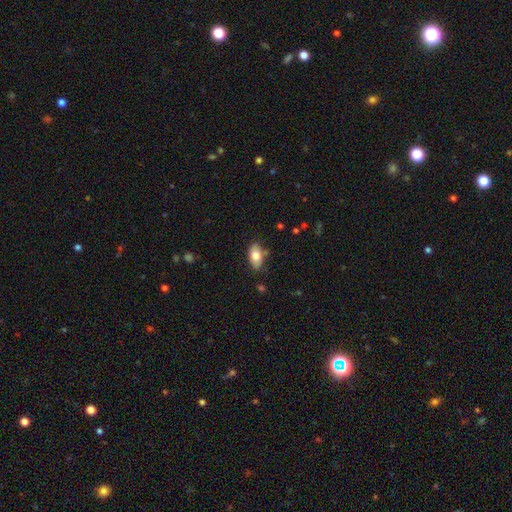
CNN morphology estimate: Smooth or featured: smooth — 77% (featured or disk — 16%)
How rounded: in between — 91% (round — 5%)
Merging: none — 78% (minor disturbance — 16%)